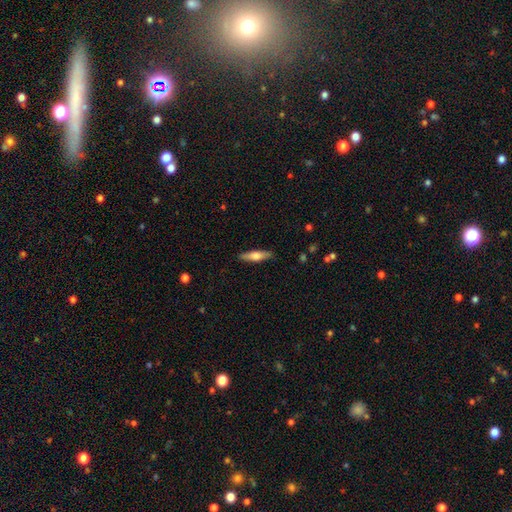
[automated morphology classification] A smooth galaxy with no disk features (54%) that is cigar-shaped (69%).

Vote fractions:
- Smooth or featured? smooth: 54% / featured or disk: 40% / star or artifact: 6%
- How rounded? cigar-shaped: 69% / in between: 29% / round: 2%
- Merging? none: 87% / minor disturbance: 9% / major disturbance: 2% / merger: 1%